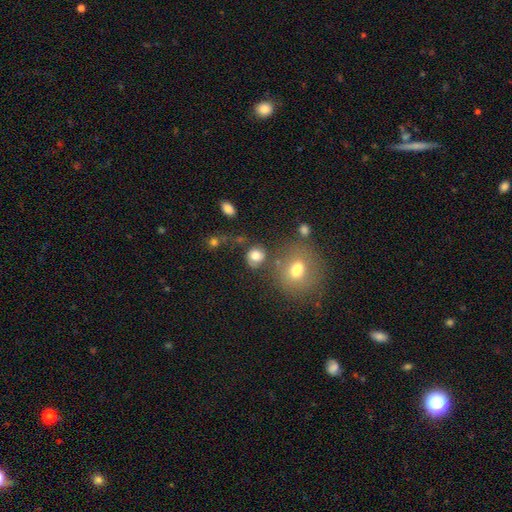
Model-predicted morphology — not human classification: Smooth or featured? Predicted: smooth (p=0.79). How rounded? Predicted: round (p=0.77). Merging? Predicted: none (p=0.60).